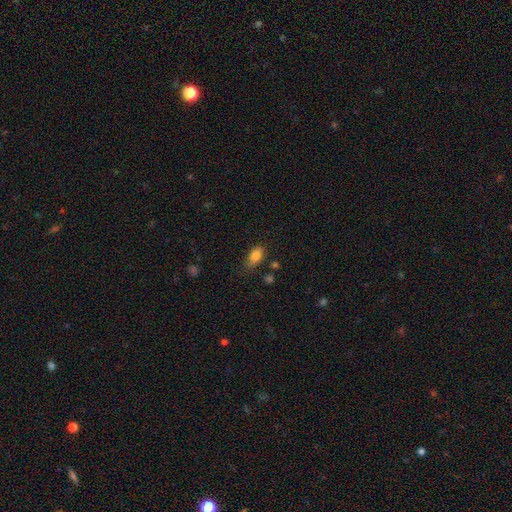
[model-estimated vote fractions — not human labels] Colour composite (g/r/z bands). It shows a smooth galaxy with no disk features (82%) that is in between round and cigar-shaped (87%). Merging: none (69%).